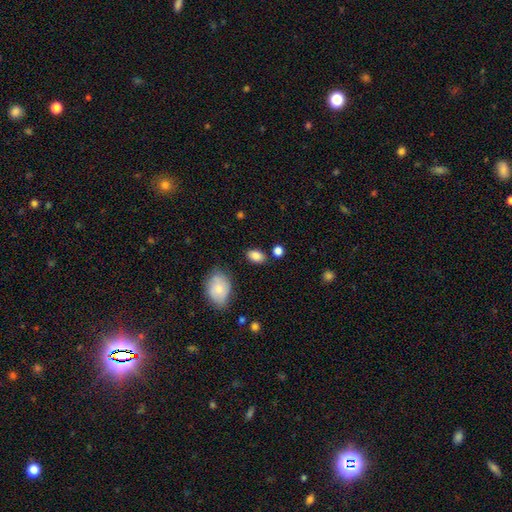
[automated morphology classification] This is clearly a smooth galaxy (85%). How rounded: clearly in between (88%). Merging: likely none (79%).